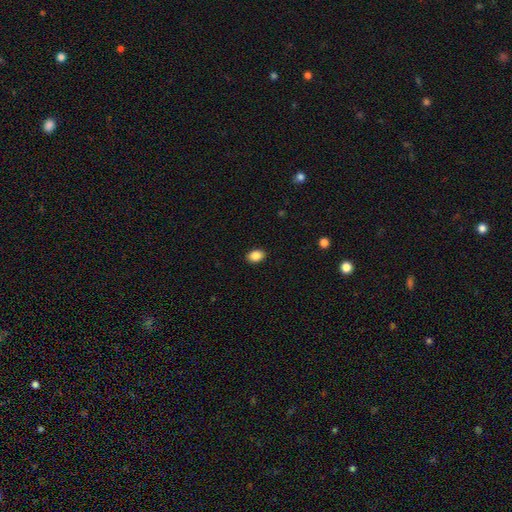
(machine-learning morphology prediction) A smooth galaxy with no disk features (88%) that is in between round and cigar-shaped (78%). Merging: none (90%).